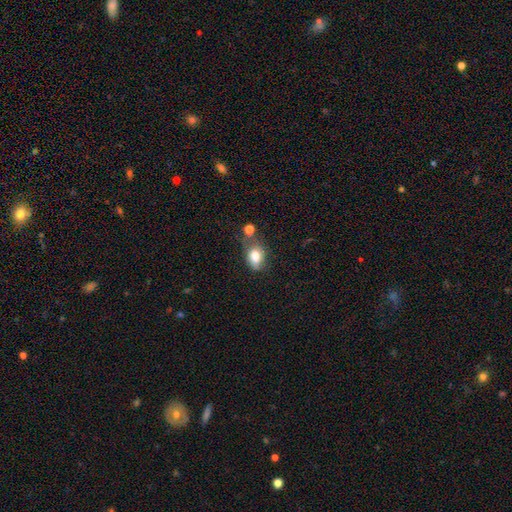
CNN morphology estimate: smooth-or-featured: smooth: 78% | featured or disk: 13% | star or artifact: 9%
  how-rounded: in between: 73% | round: 25% | cigar-shaped: 2%
  merging: none: 38% | merger: 25% | minor disturbance: 25% | major disturbance: 12%